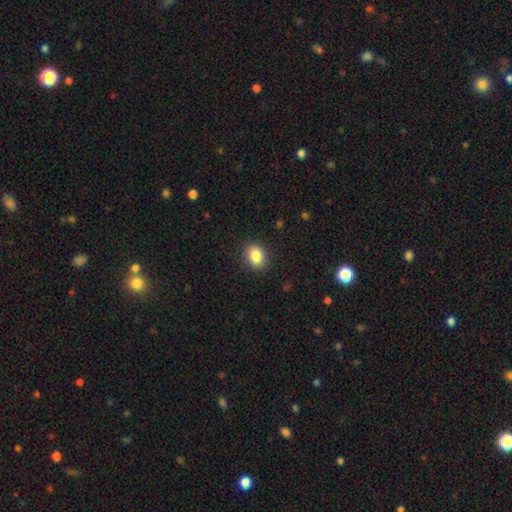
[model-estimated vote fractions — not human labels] smooth_or_featured: smooth (p=0.85) [alt: star or artifact p=0.09]
how_rounded: in between (p=0.60) [alt: round p=0.39]
merging: none (p=0.88) [alt: minor disturbance p=0.09]